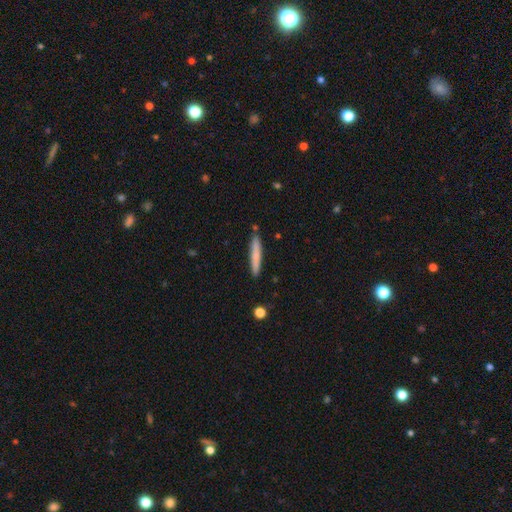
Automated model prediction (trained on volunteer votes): This appears to be a smooth galaxy with no disk features (73%) that is cigar-shaped (95%). Merging: none (88%).